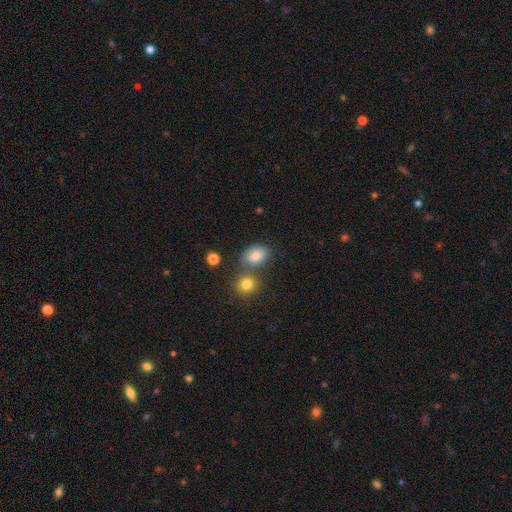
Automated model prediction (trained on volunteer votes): smooth_or_featured: smooth (p=0.82) [alt: star or artifact p=0.10]
how_rounded: in between (p=0.73) [alt: round p=0.26]
merging: none (p=0.60) [alt: merger p=0.21]